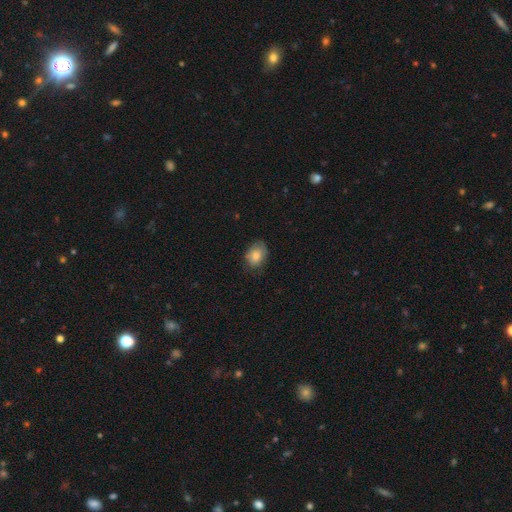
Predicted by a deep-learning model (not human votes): smooth-or-featured: smooth: 77% | featured or disk: 15% | star or artifact: 8%
  how-rounded: in between: 68% | round: 31% | cigar-shaped: 1%
  merging: none: 68% | minor disturbance: 25% | major disturbance: 6% | merger: 1%